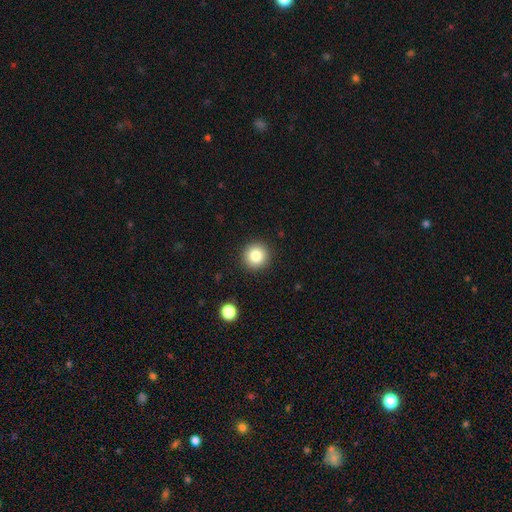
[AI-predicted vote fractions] A smooth galaxy with no disk features (84%) that is round (94%).

Vote fractions:
- Smooth or featured? smooth: 84% / star or artifact: 10% / featured or disk: 6%
- How rounded? round: 94% / in between: 5% / cigar-shaped: 1%
- Merging? none: 92% / minor disturbance: 5% / major disturbance: 2% / merger: 1%